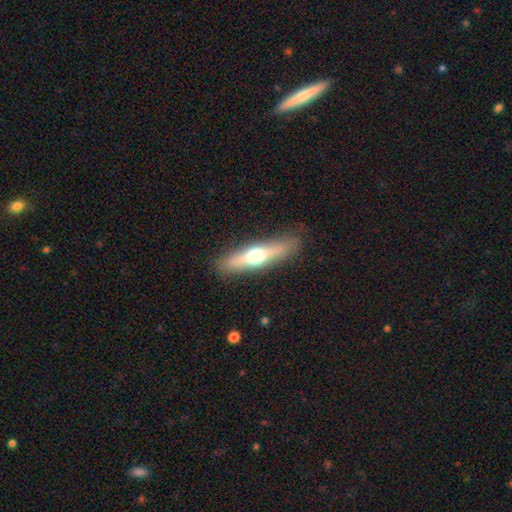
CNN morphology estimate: smooth_or_featured: featured or disk (p=0.50) [alt: smooth p=0.44]
merging: none (p=0.86) [alt: minor disturbance p=0.10]